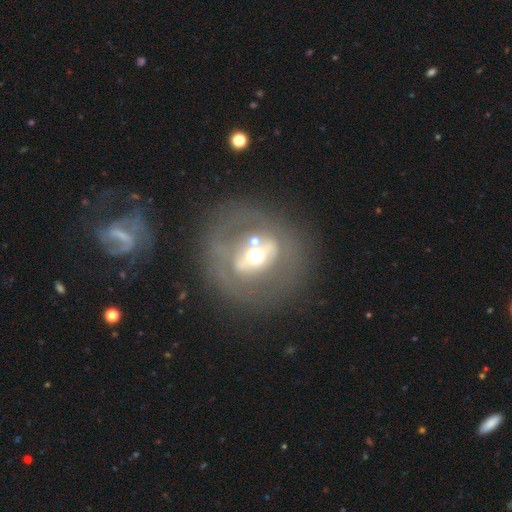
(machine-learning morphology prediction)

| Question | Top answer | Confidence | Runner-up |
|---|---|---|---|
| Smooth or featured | featured or disk | 63% | smooth (27%) |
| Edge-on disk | no | 90% | yes (10%) |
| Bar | strong | 38% | no (37%) |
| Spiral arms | no | 80% | yes (20%) |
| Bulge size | moderate | 66% | large (16%) |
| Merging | none | 67% | minor disturbance (14%) |